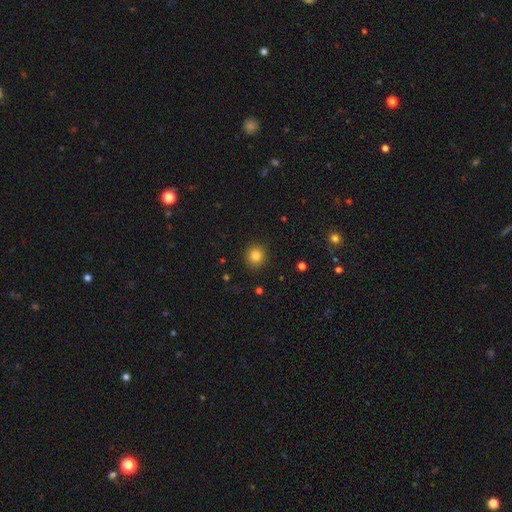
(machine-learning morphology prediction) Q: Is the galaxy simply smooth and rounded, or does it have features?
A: smooth — 83%.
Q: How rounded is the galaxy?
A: round — 89%.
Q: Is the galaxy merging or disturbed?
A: none — 90%.